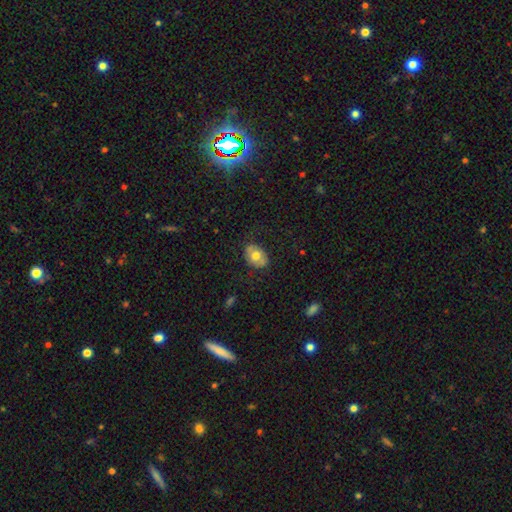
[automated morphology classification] Smooth or featured?
  - smooth: 66% *
  - featured or disk: 26%
  - star or artifact: 8%
How rounded?
  - in between: 73% *
  - round: 26%
  - cigar-shaped: 1%
Merging?
  - none: 75% *
  - minor disturbance: 18%
  - major disturbance: 6%
  - merger: 1%